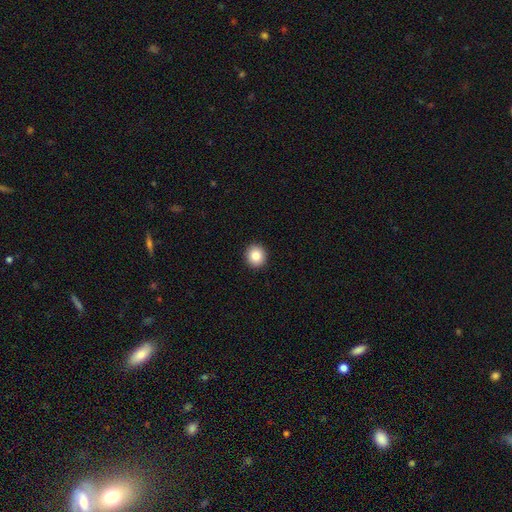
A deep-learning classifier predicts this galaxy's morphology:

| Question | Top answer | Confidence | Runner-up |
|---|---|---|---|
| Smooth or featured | smooth | 84% | star or artifact (9%) |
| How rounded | round | 92% | in between (7%) |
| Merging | none | 94% | minor disturbance (4%) |